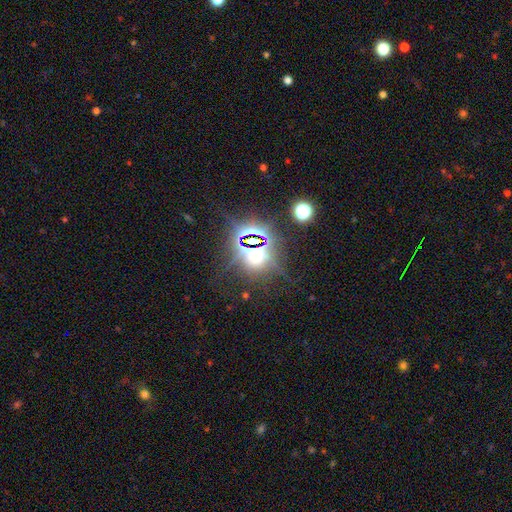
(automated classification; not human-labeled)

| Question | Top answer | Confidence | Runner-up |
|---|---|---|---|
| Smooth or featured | star or artifact | 64% | smooth (24%) |